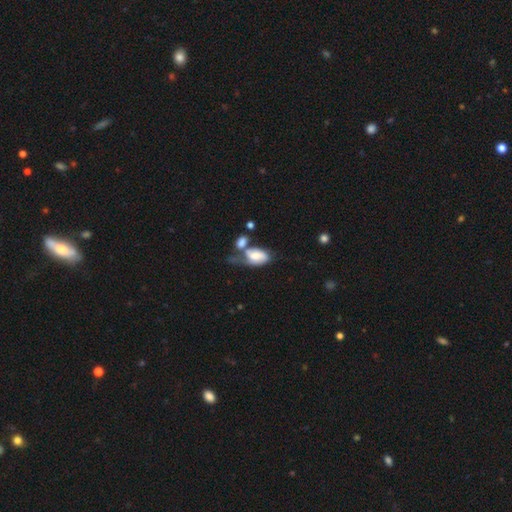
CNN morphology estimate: This appears to be a smooth galaxy with no disk features (53%) that is in between round and cigar-shaped (91%). Merging: merger (45%).